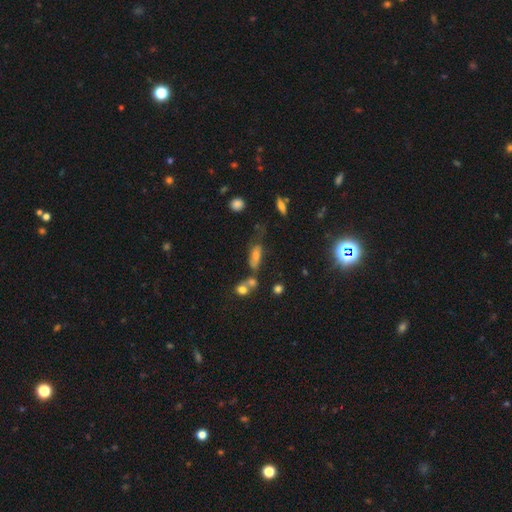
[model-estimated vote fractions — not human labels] Smooth or featured?
  - smooth: 53% *
  - star or artifact: 25%
  - featured or disk: 22%
How rounded?
  - in between: 56% *
  - cigar-shaped: 37%
  - round: 7%
Merging?
  - none: 44% *
  - merger: 24%
  - minor disturbance: 20%
  - major disturbance: 12%